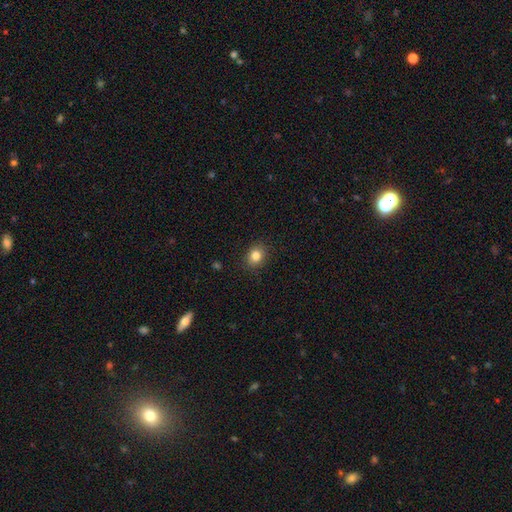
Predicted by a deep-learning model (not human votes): smooth_or_featured: smooth (p=0.82) [alt: star or artifact p=0.11]
how_rounded: round (p=0.59) [alt: in between p=0.41]
merging: none (p=0.88) [alt: minor disturbance p=0.08]